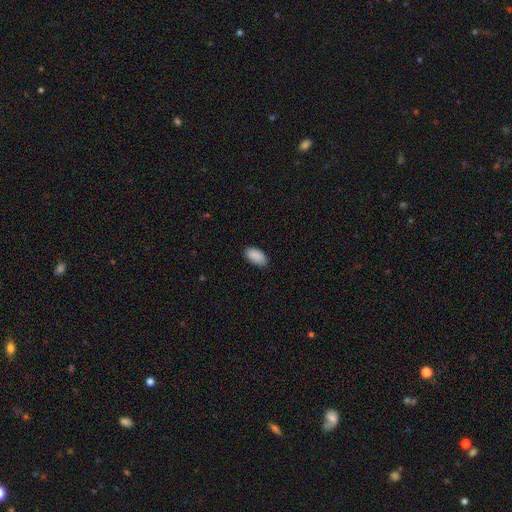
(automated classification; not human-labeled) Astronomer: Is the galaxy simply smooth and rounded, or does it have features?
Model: smooth — 90%.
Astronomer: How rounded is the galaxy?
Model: in between — 95%.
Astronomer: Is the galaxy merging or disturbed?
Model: none — 86%.